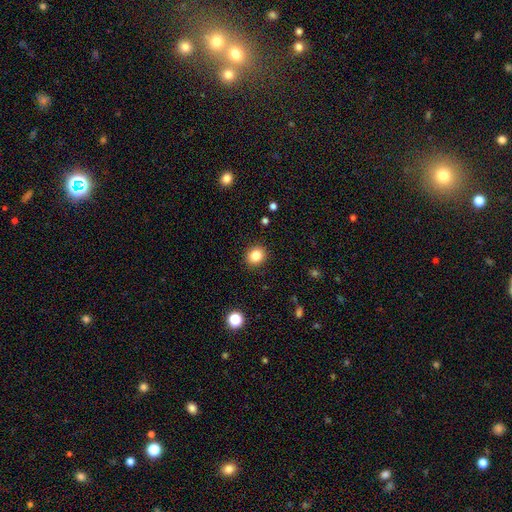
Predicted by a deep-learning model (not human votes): Smooth or featured? smooth (84%)
How rounded? round (78%)
Merging? none (91%)